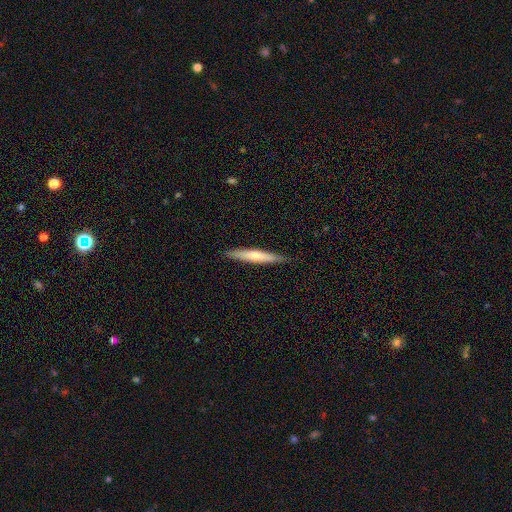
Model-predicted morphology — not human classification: Smooth or featured? smooth (59%)
How rounded? cigar-shaped (94%)
Merging? none (89%)